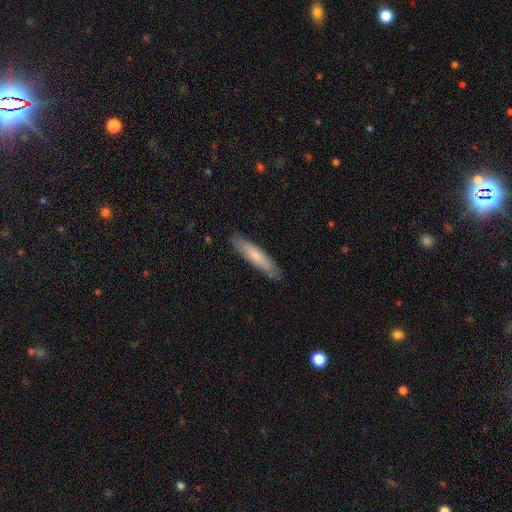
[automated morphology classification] smooth-or-featured: smooth: 67% | featured or disk: 27% | star or artifact: 5%
  how-rounded: cigar-shaped: 80% | in between: 19% | round: 1%
  merging: none: 84% | minor disturbance: 13% | major disturbance: 2% | merger: 1%